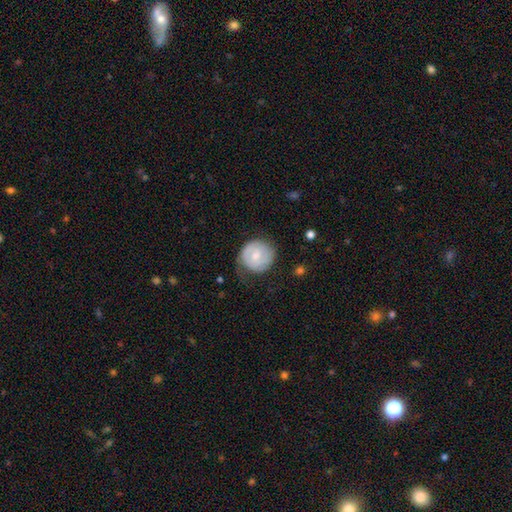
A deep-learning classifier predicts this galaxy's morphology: A smooth galaxy with no disk features (52%) that is round (89%). Merging: none (63%).